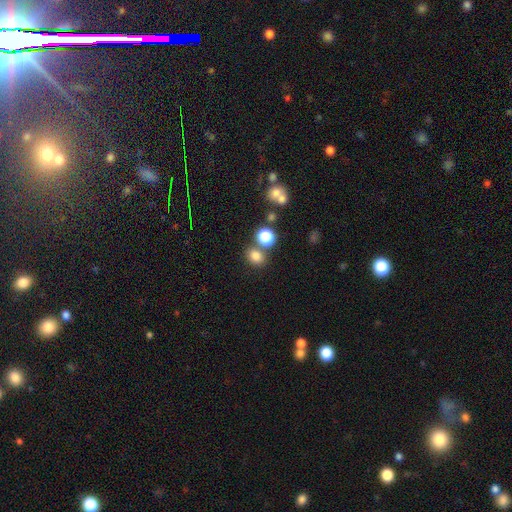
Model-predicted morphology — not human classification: Smooth or featured? smooth (78%)
How rounded? round (59%)
Merging? none (68%)